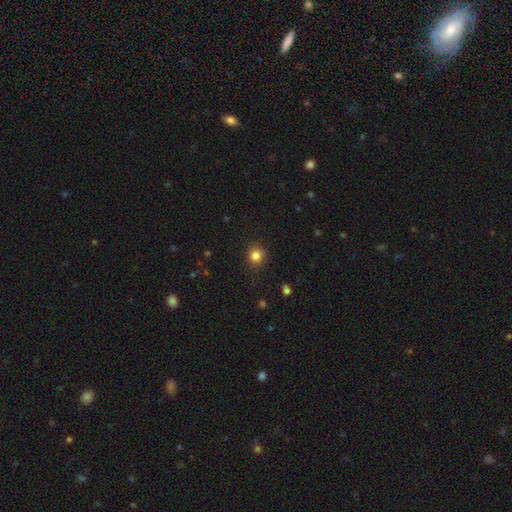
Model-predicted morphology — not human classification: Smooth or featured: smooth — 83% (star or artifact — 12%)
How rounded: round — 90% (in between — 10%)
Merging: none — 89% (minor disturbance — 7%)